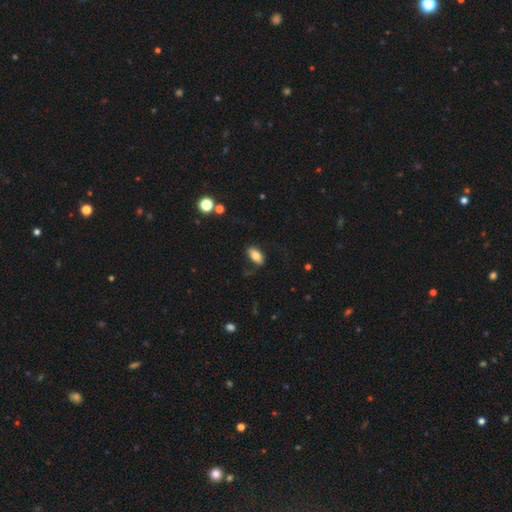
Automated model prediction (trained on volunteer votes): Morphology: type=smooth (80%); roundness=in between (90%); merging=none (77%).